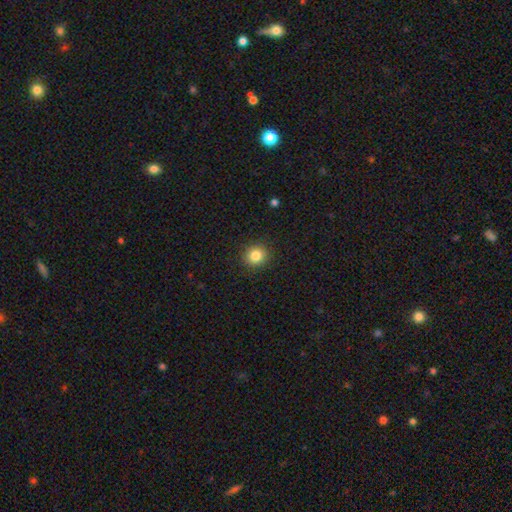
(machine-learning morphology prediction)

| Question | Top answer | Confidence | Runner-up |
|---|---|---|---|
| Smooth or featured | smooth | 84% | star or artifact (10%) |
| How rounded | round | 85% | in between (14%) |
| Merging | none | 90% | minor disturbance (7%) |